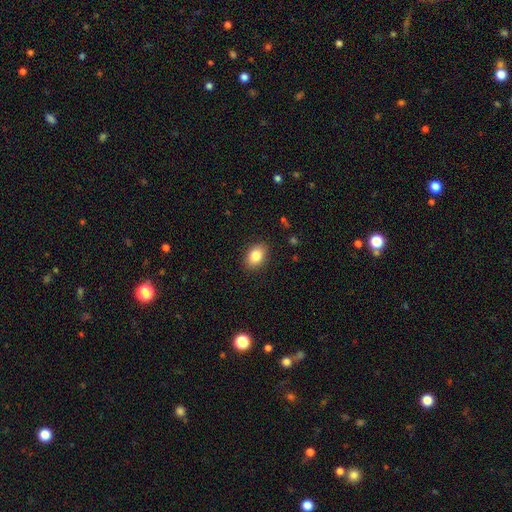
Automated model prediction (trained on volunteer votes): smooth-or-featured: smooth: 84% | star or artifact: 8% | featured or disk: 8%
  how-rounded: in between: 78% | round: 21% | cigar-shaped: 1%
  merging: none: 88% | minor disturbance: 9% | major disturbance: 2% | merger: 1%